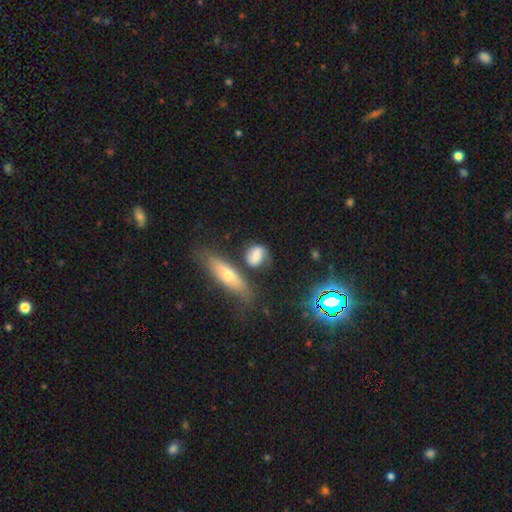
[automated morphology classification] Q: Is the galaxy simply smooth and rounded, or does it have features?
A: smooth — 60%.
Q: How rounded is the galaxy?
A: in between — 46%, tied with round.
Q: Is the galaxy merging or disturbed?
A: none — 57%.